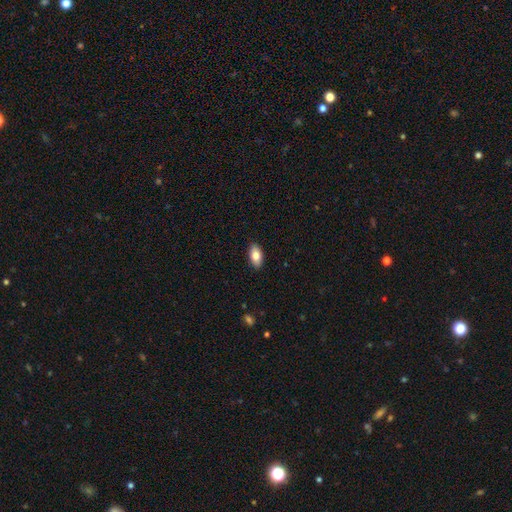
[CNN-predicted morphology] smooth_or_featured: smooth (p=0.81) [alt: featured or disk p=0.12]
how_rounded: in between (p=0.92) [alt: cigar-shaped p=0.04]
merging: none (p=0.90) [alt: minor disturbance p=0.08]